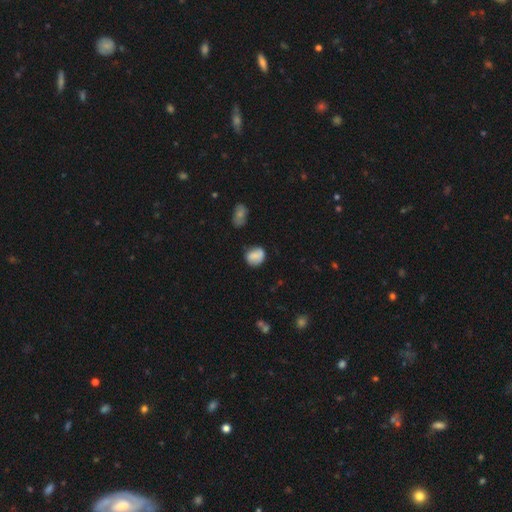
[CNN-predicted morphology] type=smooth (77%); roundness=round (63%); merging=none (66%).